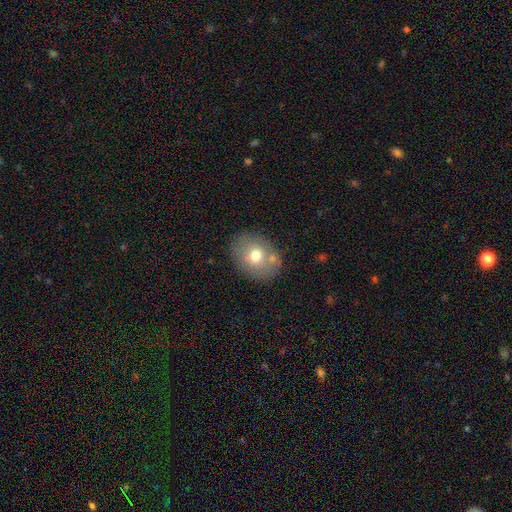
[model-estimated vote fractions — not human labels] A smooth galaxy with no disk features (69%) that is in between round and cigar-shaped (58%).

Vote fractions:
- Smooth or featured? smooth: 69% / featured or disk: 22% / star or artifact: 9%
- How rounded? in between: 58% / round: 41% / cigar-shaped: 1%
- Merging? none: 77% / minor disturbance: 13% / merger: 7% / major disturbance: 4%